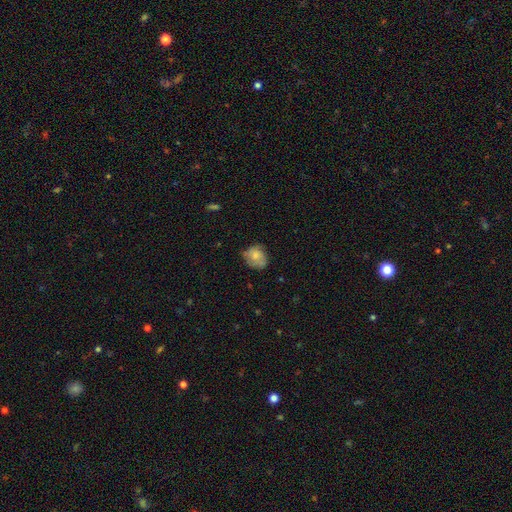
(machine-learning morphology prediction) Smooth or featured? smooth (71%)
How rounded? round (60%)
Merging? none (56%)